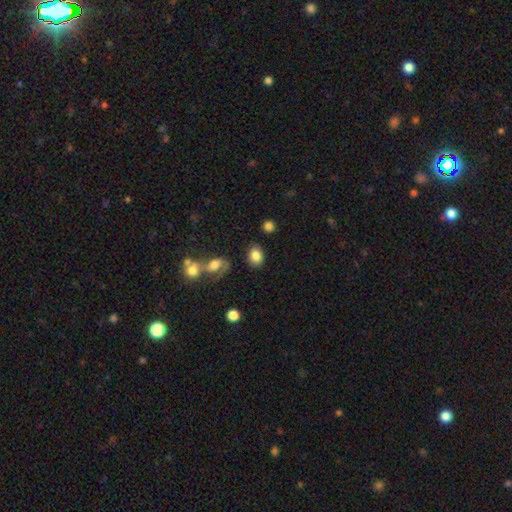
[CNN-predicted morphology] type=smooth (82%); roundness=in between (67%); merging=none (74%).